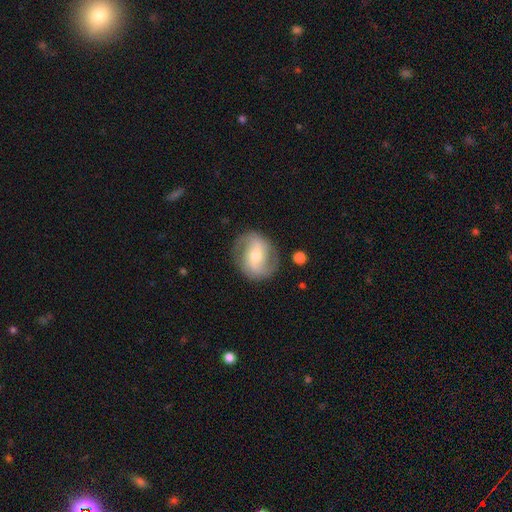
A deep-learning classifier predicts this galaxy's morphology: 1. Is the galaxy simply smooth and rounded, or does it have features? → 74% featured or disk, 20% smooth, 6% star or artifact.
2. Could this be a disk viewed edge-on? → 97% no, 3% yes.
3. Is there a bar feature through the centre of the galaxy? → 42% weak, 30% strong, 28% no.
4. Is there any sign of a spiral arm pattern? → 86% yes, 14% no.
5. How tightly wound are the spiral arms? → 45% medium, 31% loose, 24% tight.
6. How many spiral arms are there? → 87% 2, 6% can't tell, 2% 1, 2% 3, 1% 4, 1% more than 4.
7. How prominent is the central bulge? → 66% moderate, 27% small, 5% large, 1% none, 1% dominant.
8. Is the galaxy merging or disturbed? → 82% none, 12% minor disturbance, 5% major disturbance, 2% merger.